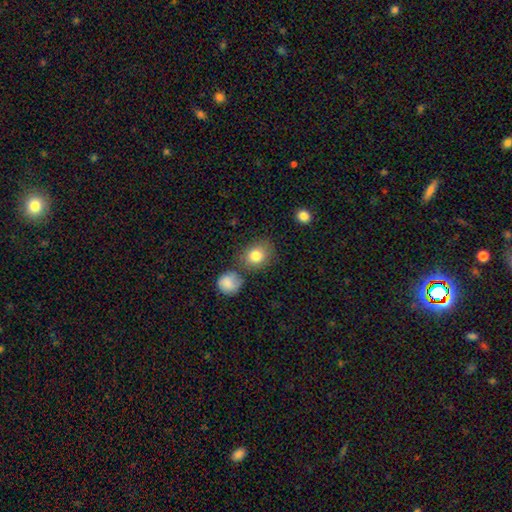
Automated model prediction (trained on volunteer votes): Q: Smooth or featured?
A: smooth (83%); runner-up: star or artifact (9%)
Q: How rounded?
A: round (67%); runner-up: in between (32%)
Q: Merging?
A: none (67%); runner-up: minor disturbance (15%)